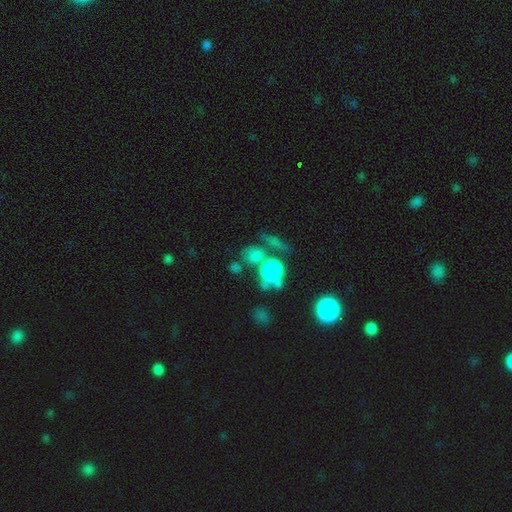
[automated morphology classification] Smooth or featured: smooth — 61% (star or artifact — 24%)
How rounded: round — 69% (in between — 28%)
Merging: none — 49% (merger — 27%)